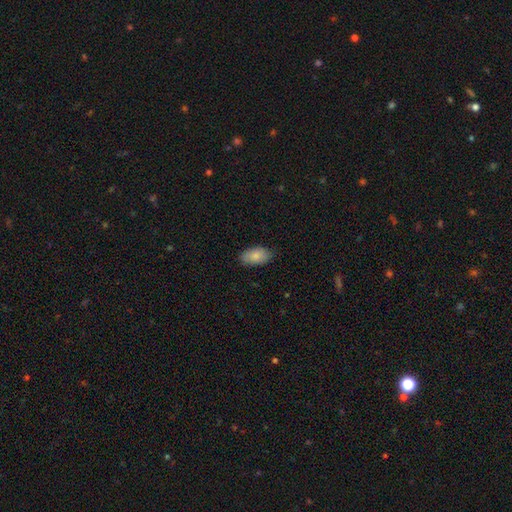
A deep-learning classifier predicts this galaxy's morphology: Overall: smooth (84%). How rounded: in between (94%). Merging: none (84%).